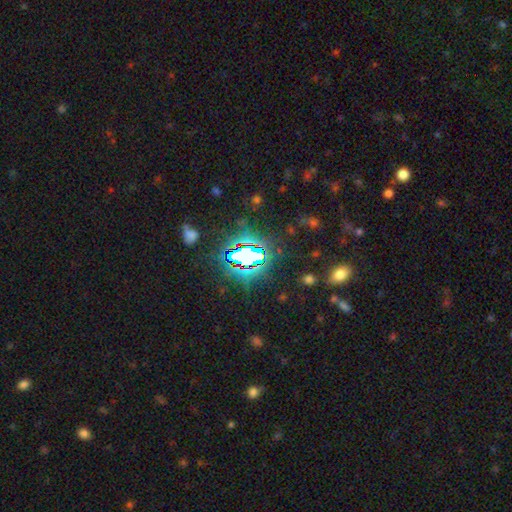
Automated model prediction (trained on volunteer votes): A star or artifact, not a galaxy (81%).